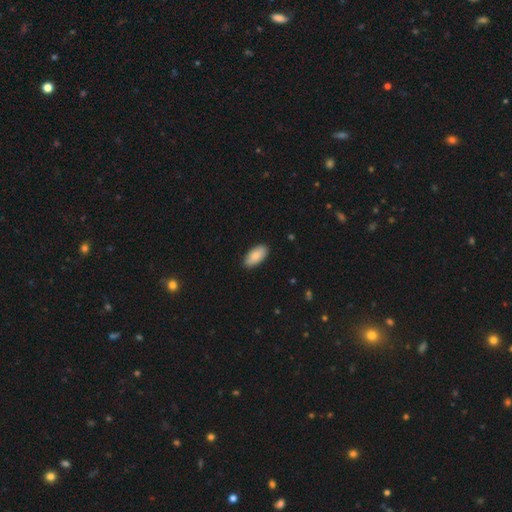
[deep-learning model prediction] The model was most divided on "smooth or featured": smooth: 86%, featured or disk: 8%, star or artifact: 6%. More confident: how rounded — in between (94%); merging — none (89%).